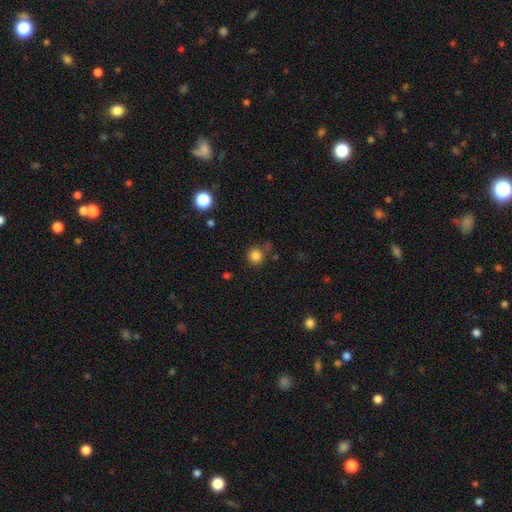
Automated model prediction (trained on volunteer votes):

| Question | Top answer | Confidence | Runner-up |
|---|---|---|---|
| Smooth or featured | smooth | 83% | star or artifact (13%) |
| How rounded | round | 91% | in between (8%) |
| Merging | none | 74% | minor disturbance (14%) |